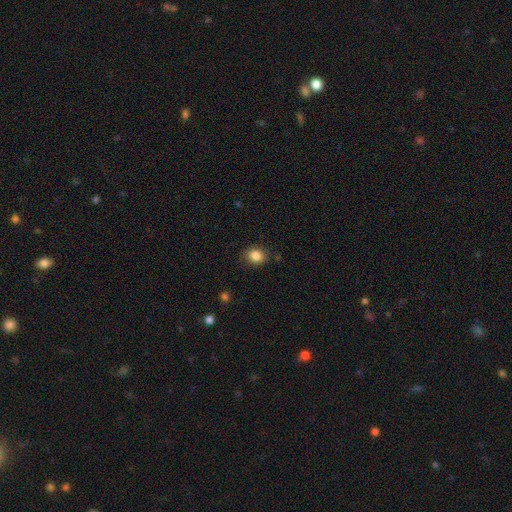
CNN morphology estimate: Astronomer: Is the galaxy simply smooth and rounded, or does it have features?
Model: smooth — 85%.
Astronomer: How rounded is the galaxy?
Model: round — 64%.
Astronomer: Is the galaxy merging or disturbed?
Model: none — 83%.